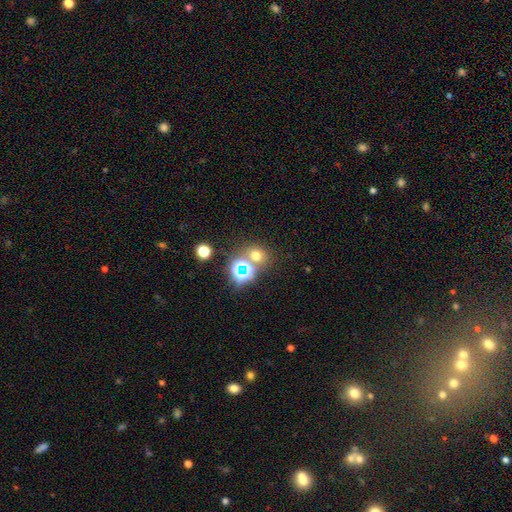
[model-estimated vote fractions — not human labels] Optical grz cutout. It shows a smooth galaxy with no disk features (59%) that is round (74%). Merging: none (67%).